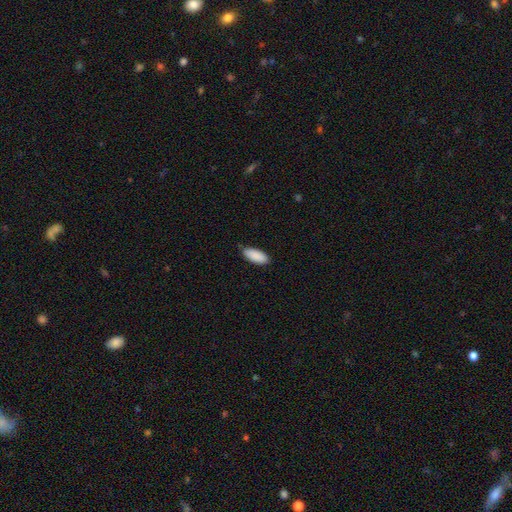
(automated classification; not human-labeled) This is clearly a smooth galaxy (90%). How rounded: clearly in between (84%). Merging: likely none (77%).